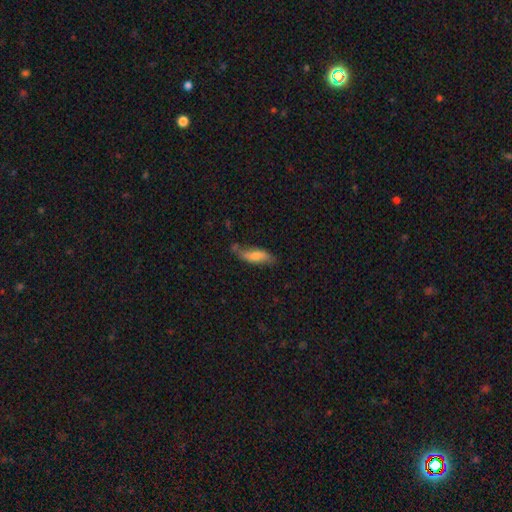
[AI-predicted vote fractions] smooth_or_featured: smooth (p=0.64) [alt: featured or disk p=0.29]
how_rounded: in between (p=0.57) [alt: cigar-shaped p=0.40]
merging: none (p=0.55) [alt: minor disturbance p=0.30]